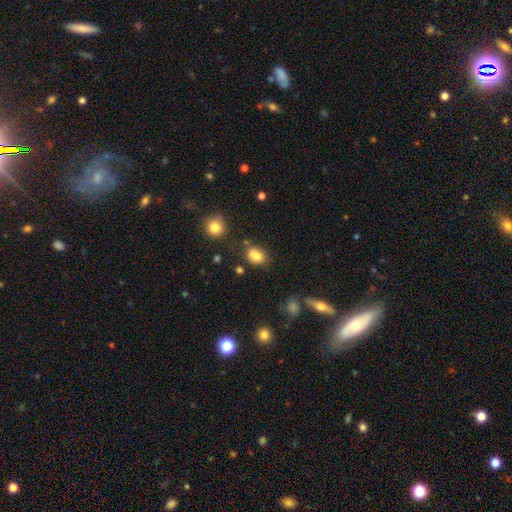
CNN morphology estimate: The model was most divided on "how rounded": in between: 58%, round: 41%, cigar-shaped: 1%. More confident: smooth or featured — smooth (80%); merging — none (63%).